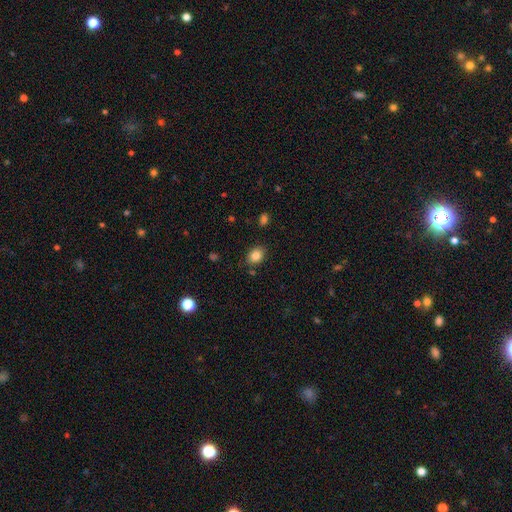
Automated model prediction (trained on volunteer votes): Smooth or featured? smooth (84%)
How rounded? in between (58%)
Merging? none (82%)